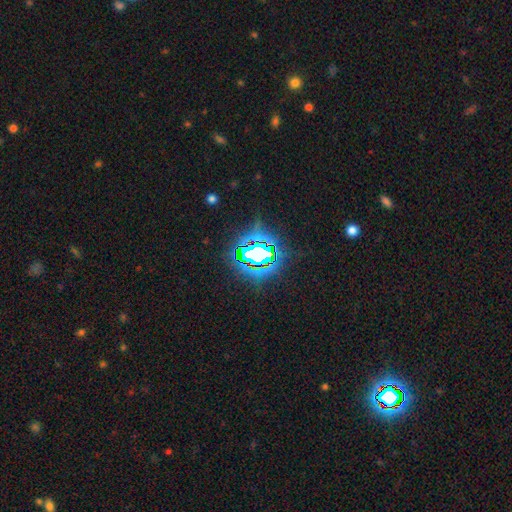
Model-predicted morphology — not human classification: This appears to be a star or artifact, not a galaxy (78%).